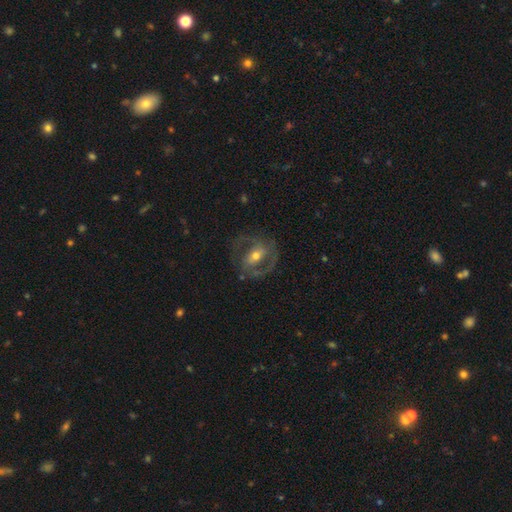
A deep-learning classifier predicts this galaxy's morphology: Overall: featured or disk (77%). Edge-on disk: no (95%). Bar: strong (36%, tied with weak). Spiral arms: yes (74%). Spiral arm count: 2 (79%). Spiral winding: medium (48%; tight 33%). Bulge size: moderate (61%; small 31%). Merging: none (71%).